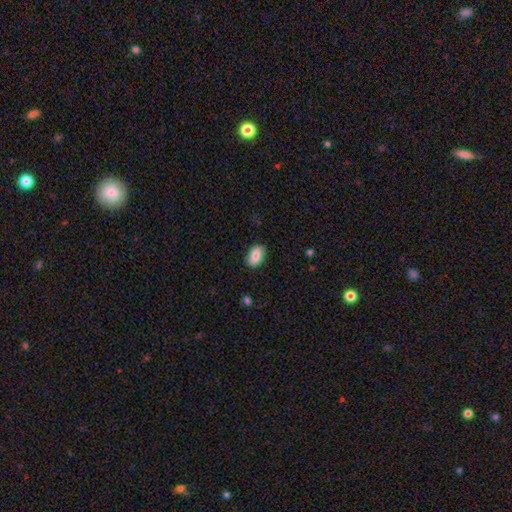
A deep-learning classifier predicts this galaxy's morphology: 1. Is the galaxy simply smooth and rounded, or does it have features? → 82% smooth, 11% featured or disk, 7% star or artifact.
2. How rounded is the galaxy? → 90% in between, 8% round, 3% cigar-shaped.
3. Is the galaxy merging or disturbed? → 86% none, 11% minor disturbance, 2% major disturbance, 1% merger.